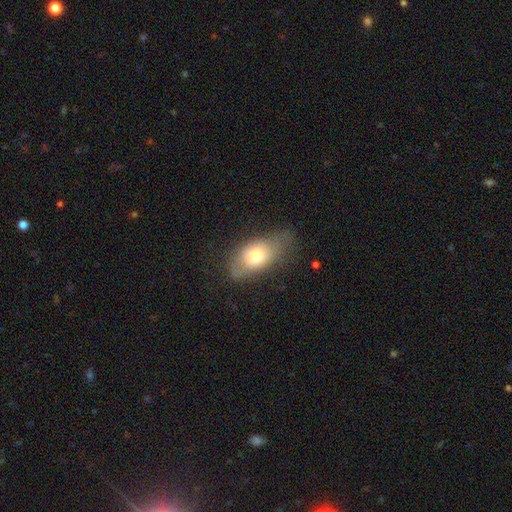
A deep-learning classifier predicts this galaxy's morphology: type=smooth (68%); roundness=in between (88%); merging=none (52%).